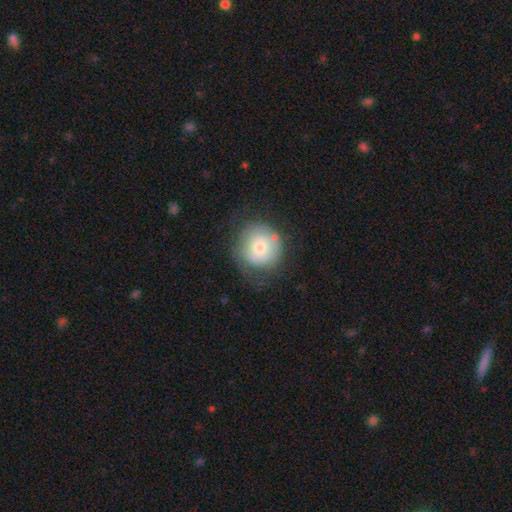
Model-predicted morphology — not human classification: smooth-or-featured: smooth: 68% | featured or disk: 25% | star or artifact: 8%
  how-rounded: round: 90% | in between: 9% | cigar-shaped: 1%
  merging: none: 60% | minor disturbance: 24% | major disturbance: 12% | merger: 4%